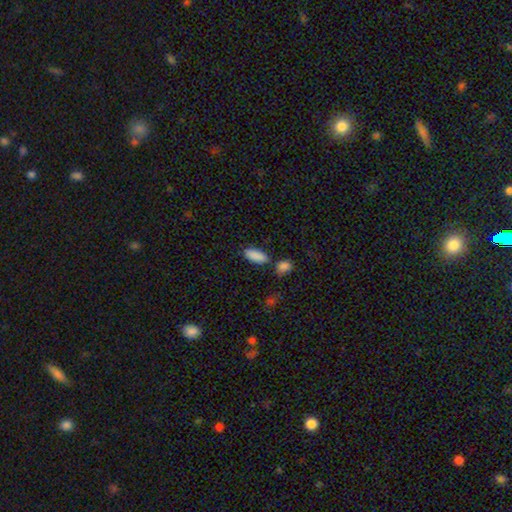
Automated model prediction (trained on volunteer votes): This appears to be a smooth galaxy with no disk features (88%) that is in between round and cigar-shaped (84%). Merging: none (75%).